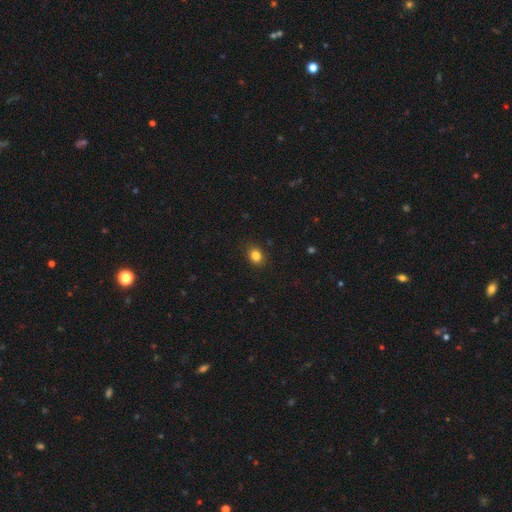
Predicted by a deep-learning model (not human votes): smooth 84%, star or artifact 11%, featured or disk 5%. Down the decision tree: how rounded — round (52%); merging — none (87%).